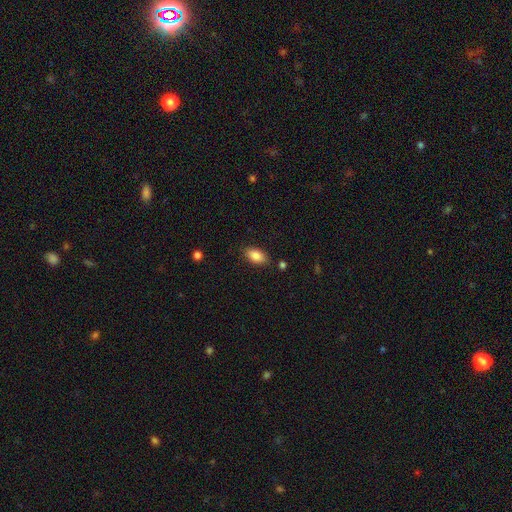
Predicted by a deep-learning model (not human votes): The model was most divided on "merging": none: 83%, minor disturbance: 12%, major disturbance: 3%, merger: 2%. More confident: how rounded — in between (91%); smooth or featured — smooth (86%).